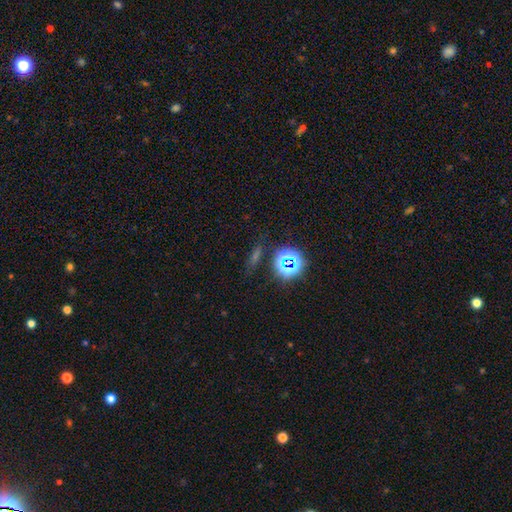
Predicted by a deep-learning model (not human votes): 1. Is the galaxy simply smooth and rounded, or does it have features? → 56% star or artifact, 30% smooth, 15% featured or disk.